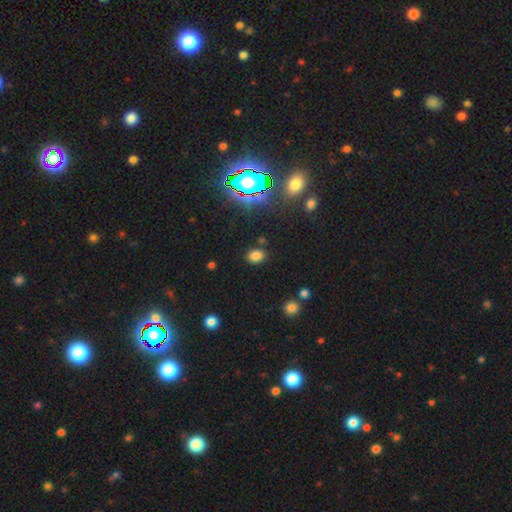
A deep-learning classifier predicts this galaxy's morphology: Q: Smooth or featured?
A: smooth (75%); runner-up: star or artifact (19%)
Q: How rounded?
A: in between (71%); runner-up: round (28%)
Q: Merging?
A: none (85%); runner-up: minor disturbance (9%)